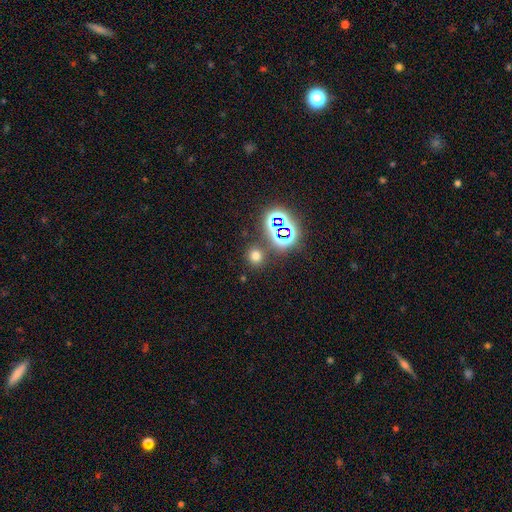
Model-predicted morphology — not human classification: Smooth or featured?
  - smooth: 64% *
  - star or artifact: 30%
  - featured or disk: 7%
How rounded?
  - round: 86% *
  - in between: 13%
  - cigar-shaped: 1%
Merging?
  - none: 83% *
  - minor disturbance: 7%
  - merger: 7%
  - major disturbance: 3%